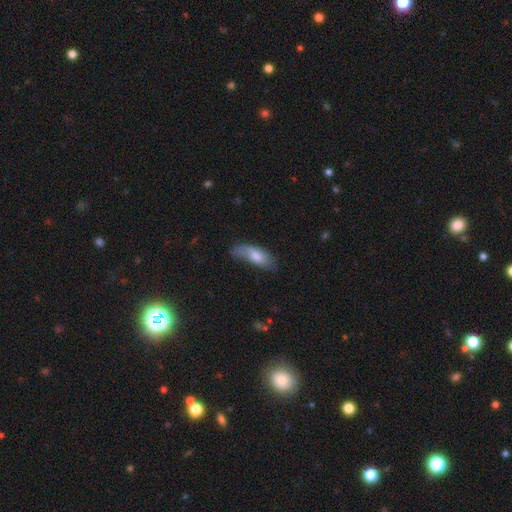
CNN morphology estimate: Smooth or featured? smooth (68%)
How rounded? in between (73%)
Merging? none (45%)